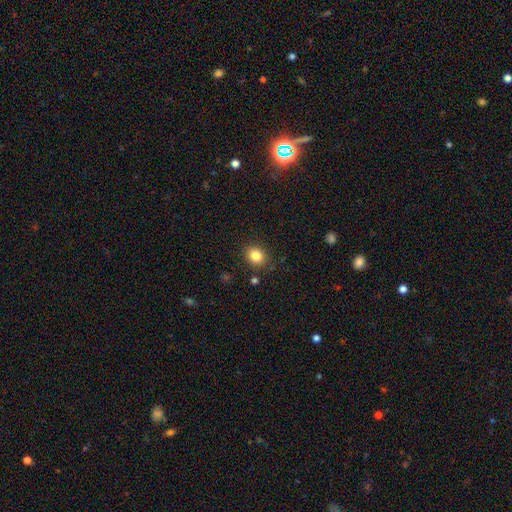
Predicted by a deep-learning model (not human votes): Overall: smooth (83%). How rounded: round (58%; in between 41%). Merging: none (86%).